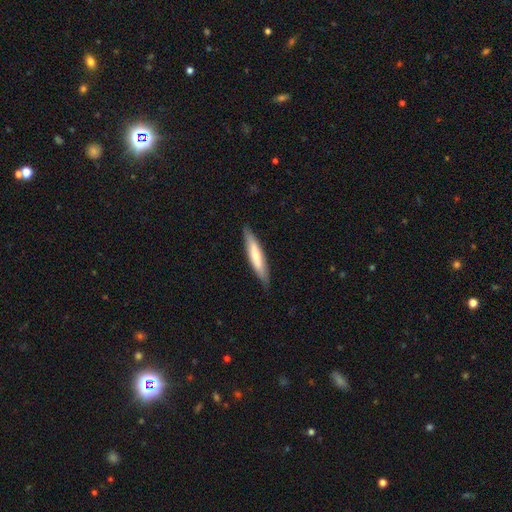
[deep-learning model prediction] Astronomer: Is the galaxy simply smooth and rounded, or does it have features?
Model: smooth — 65%.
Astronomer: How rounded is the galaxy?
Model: cigar-shaped — 89%.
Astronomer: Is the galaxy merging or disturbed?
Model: none — 86%.